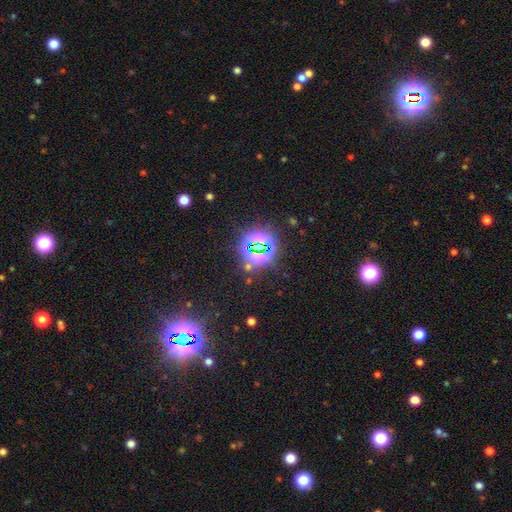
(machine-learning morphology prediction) Smooth or featured? star or artifact (80%)